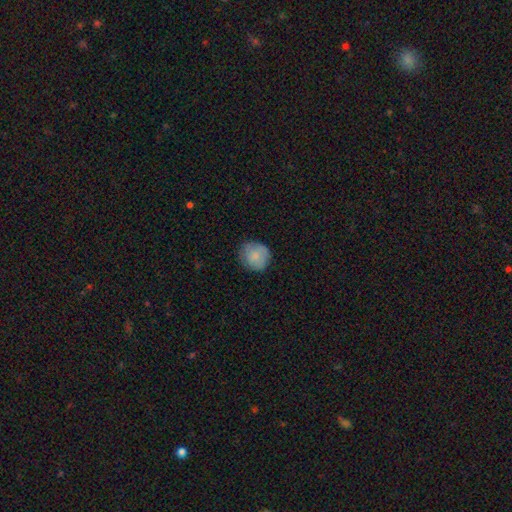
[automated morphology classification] This appears to be a smooth galaxy with no disk features (83%) that is round (87%). Merging: none (78%).